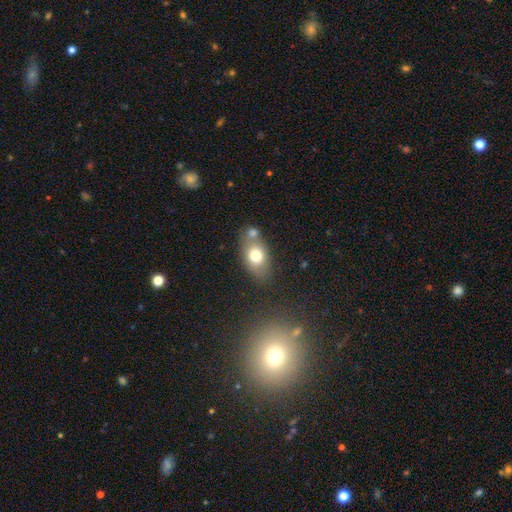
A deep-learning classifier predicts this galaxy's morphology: type=smooth (73%); roundness=in between (77%); merging=none (51%).